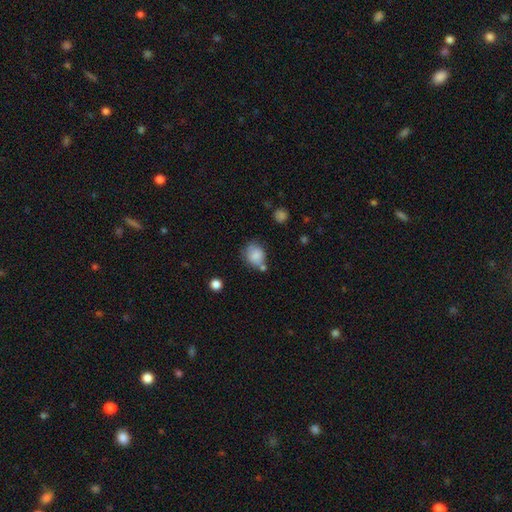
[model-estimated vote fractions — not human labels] Smooth or featured: smooth — 83% (star or artifact — 9%)
How rounded: round — 63% (in between — 36%)
Merging: none — 57% (minor disturbance — 22%)